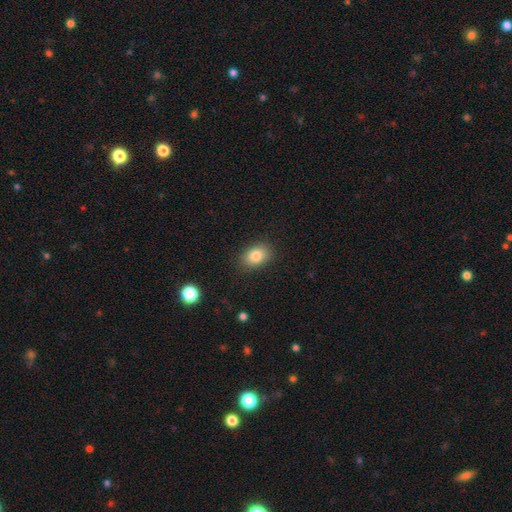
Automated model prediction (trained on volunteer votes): Smooth or featured?
  - smooth: 84% *
  - star or artifact: 9%
  - featured or disk: 8%
How rounded?
  - in between: 82% *
  - round: 17%
  - cigar-shaped: 1%
Merging?
  - none: 86% *
  - minor disturbance: 10%
  - major disturbance: 3%
  - merger: 1%